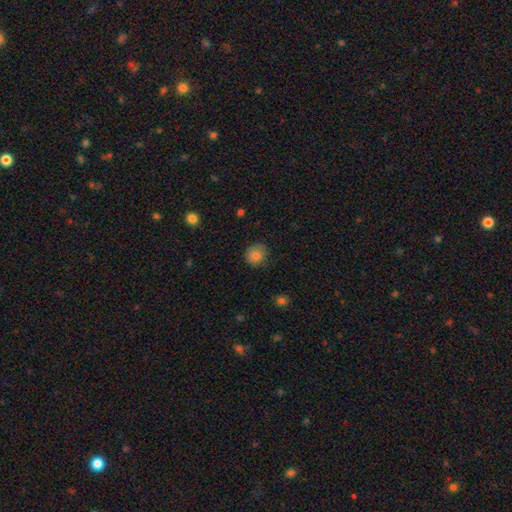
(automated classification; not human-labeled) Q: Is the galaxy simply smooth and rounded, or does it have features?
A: smooth — 82%.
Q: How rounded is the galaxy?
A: round — 83%.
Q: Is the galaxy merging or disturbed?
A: none — 79%.